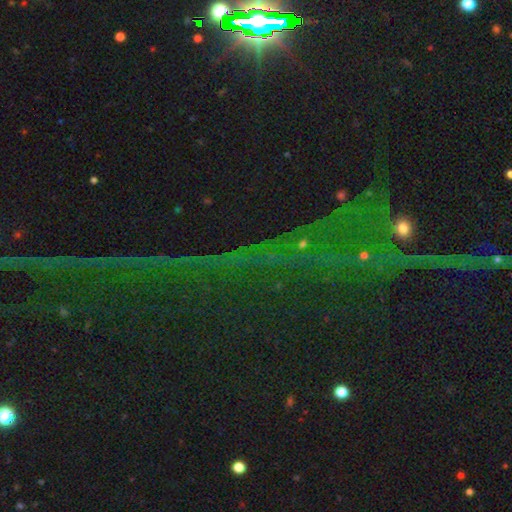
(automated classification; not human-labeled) Smooth or featured?
  - star or artifact: 81% *
  - featured or disk: 10%
  - smooth: 9%